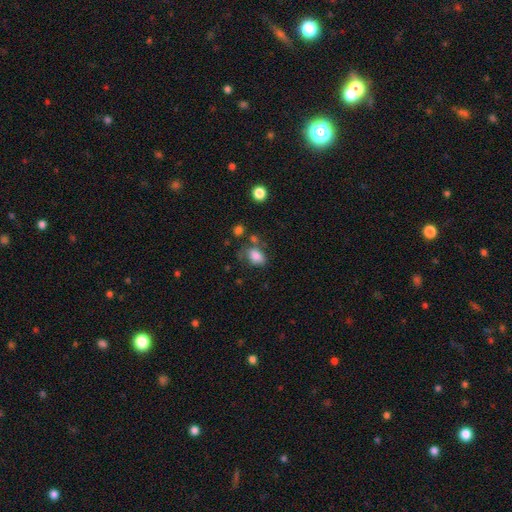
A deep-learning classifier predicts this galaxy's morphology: type=smooth (81%); roundness=in between (76%); merging=none (49%).